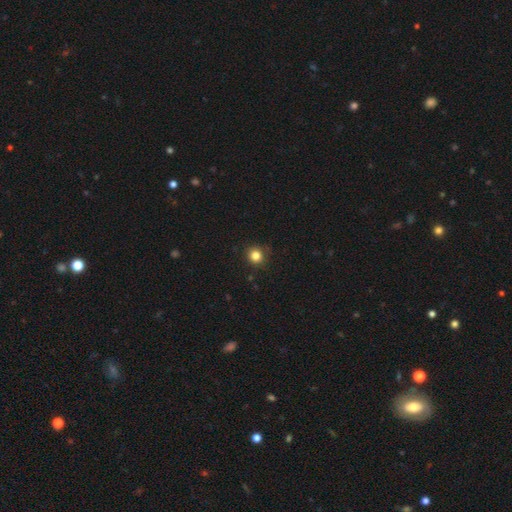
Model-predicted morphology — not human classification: smooth_or_featured: smooth (p=0.83) [alt: star or artifact p=0.13]
how_rounded: round (p=0.93) [alt: in between p=0.07]
merging: none (p=0.90) [alt: minor disturbance p=0.07]